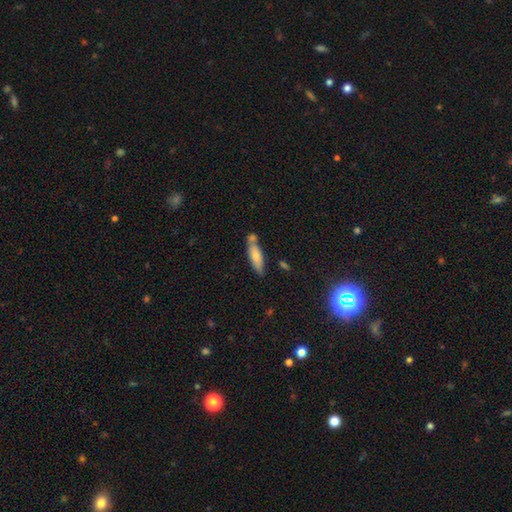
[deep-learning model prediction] Morphology: type=smooth (72%); roundness=cigar-shaped (53%); merging=none (57%).